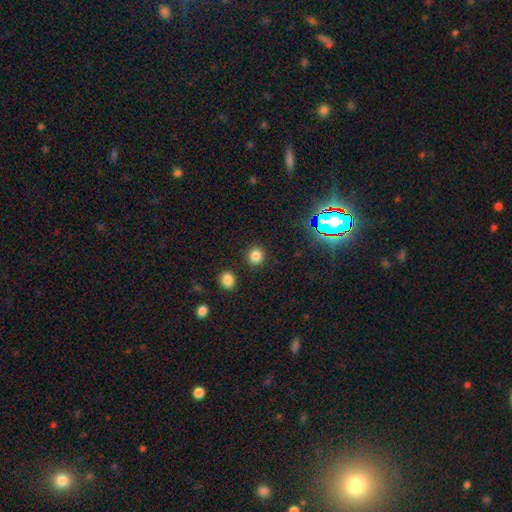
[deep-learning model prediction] smooth_or_featured: smooth (p=0.80) [alt: star or artifact p=0.16]
how_rounded: round (p=0.86) [alt: in between p=0.13]
merging: none (p=0.88) [alt: minor disturbance p=0.06]